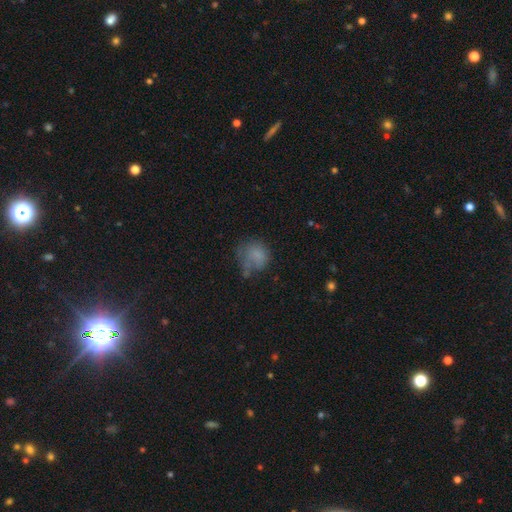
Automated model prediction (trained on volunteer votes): A smooth galaxy with no disk features (70%) that is round (66%). Merging: none (40%).